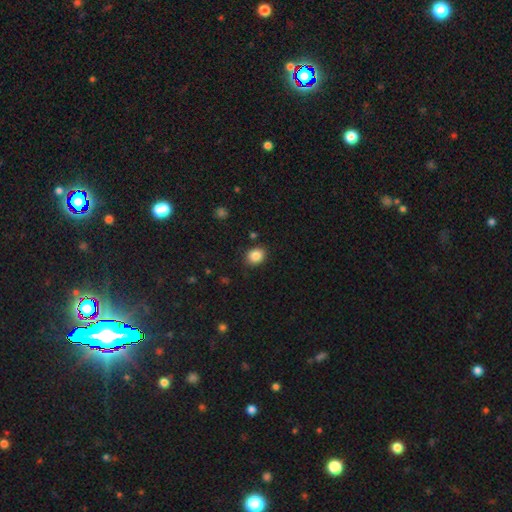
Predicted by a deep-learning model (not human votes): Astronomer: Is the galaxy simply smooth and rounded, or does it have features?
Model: smooth — 86%.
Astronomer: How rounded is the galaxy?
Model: round — 60% (runner-up: in between, 39%).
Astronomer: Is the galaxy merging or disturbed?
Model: none — 87%.